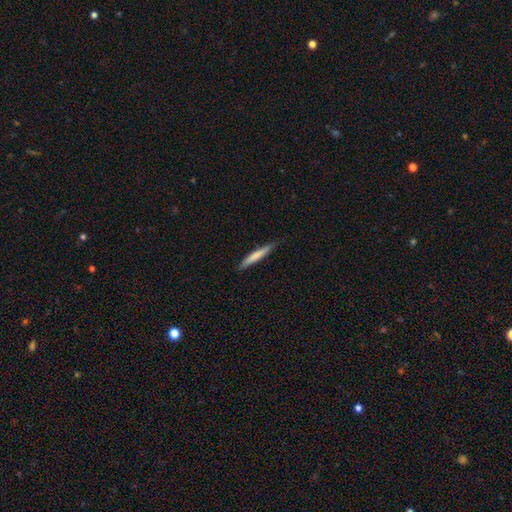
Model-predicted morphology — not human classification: Smooth or featured?
  - smooth: 70% *
  - featured or disk: 25%
  - star or artifact: 5%
How rounded?
  - cigar-shaped: 95% *
  - in between: 4%
  - round: 1%
Merging?
  - none: 83% *
  - minor disturbance: 14%
  - major disturbance: 2%
  - merger: 1%